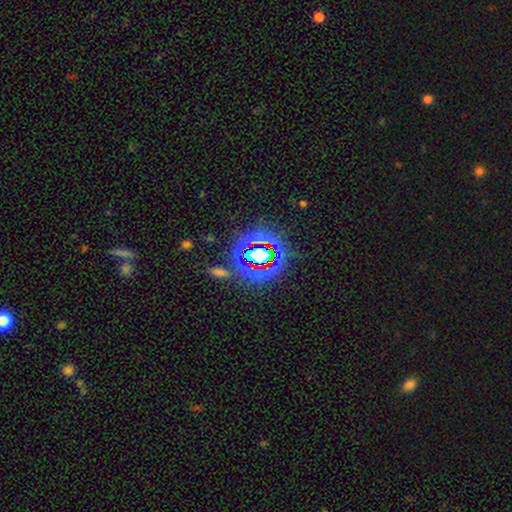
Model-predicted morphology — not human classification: smooth-or-featured: star or artifact: 70% | smooth: 20% | featured or disk: 10%